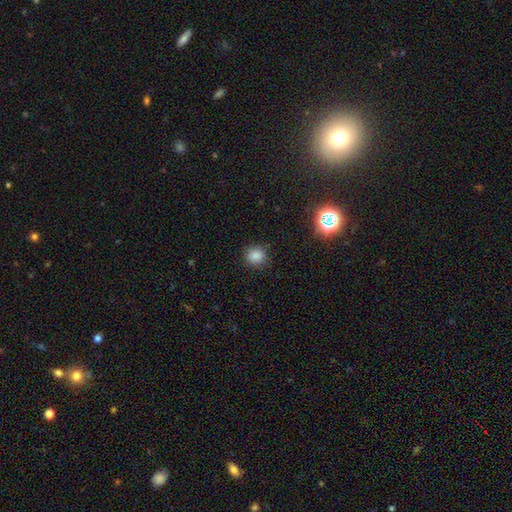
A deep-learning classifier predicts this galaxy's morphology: Smooth or featured: smooth — 83% (star or artifact — 13%)
How rounded: round — 83% (in between — 16%)
Merging: none — 86% (minor disturbance — 10%)